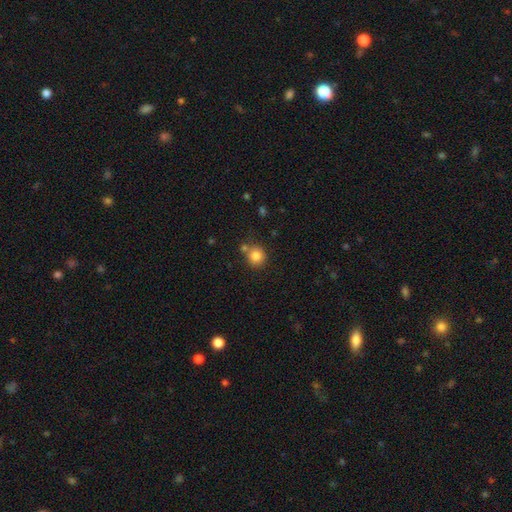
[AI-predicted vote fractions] A smooth galaxy with no disk features (83%) that is round (88%).

Vote fractions:
- Smooth or featured? smooth: 83% / star or artifact: 11% / featured or disk: 7%
- How rounded? round: 88% / in between: 11% / cigar-shaped: 1%
- Merging? none: 68% / merger: 17% / minor disturbance: 12% / major disturbance: 3%